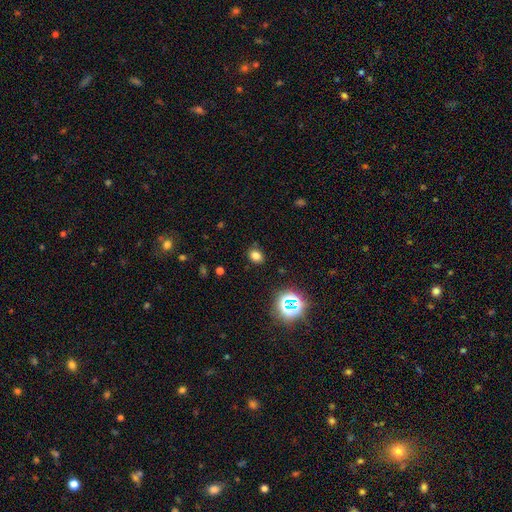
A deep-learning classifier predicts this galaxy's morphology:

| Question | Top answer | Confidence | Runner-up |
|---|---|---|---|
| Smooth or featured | smooth | 75% | star or artifact (19%) |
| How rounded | in between | 53% | round (46%) |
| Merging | none | 86% | minor disturbance (10%) |